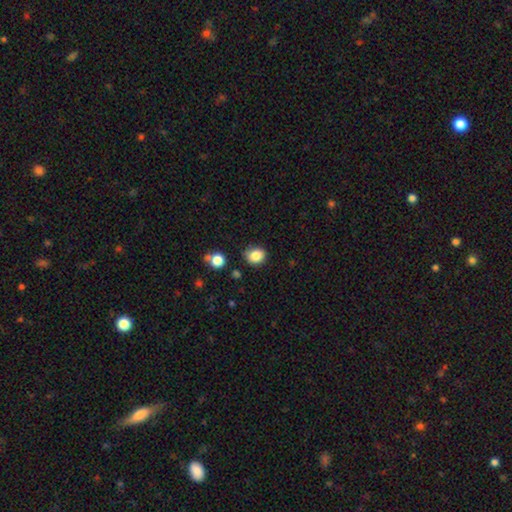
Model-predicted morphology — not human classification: type=smooth (84%); roundness=round (65%); merging=none (81%).